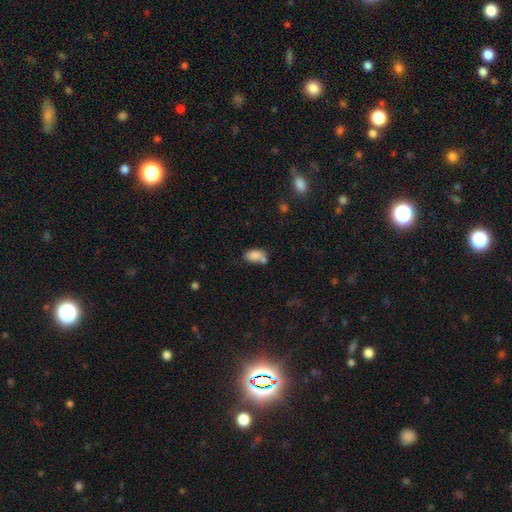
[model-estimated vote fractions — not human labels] smooth_or_featured: smooth (p=0.82) [alt: featured or disk p=0.09]
how_rounded: in between (p=0.90) [alt: round p=0.07]
merging: none (p=0.39) [alt: merger p=0.35]